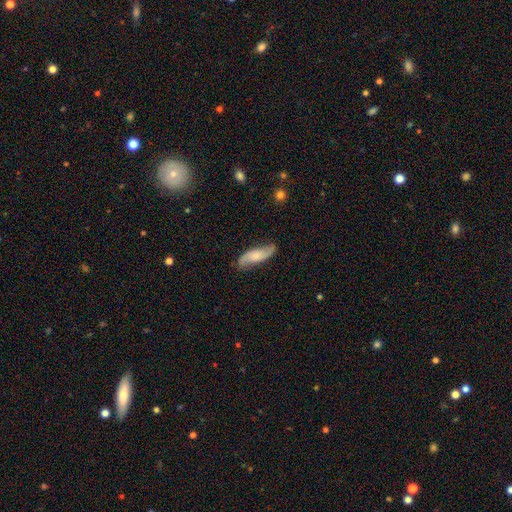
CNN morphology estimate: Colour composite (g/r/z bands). It shows a featured or disk galaxy (55%). Merging: none (78%).